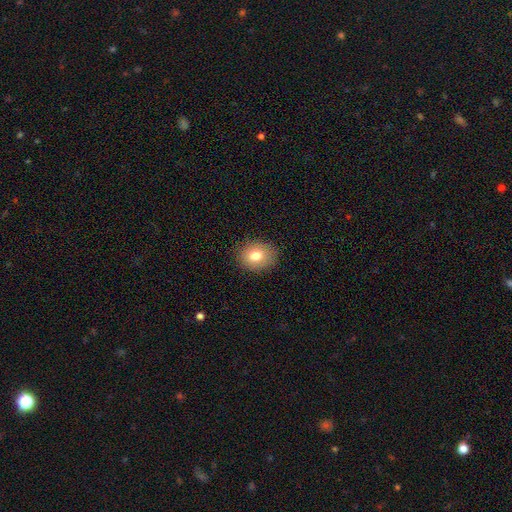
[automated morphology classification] Overall: smooth (79%). How rounded: round (59%; in between 40%). Merging: none (87%).